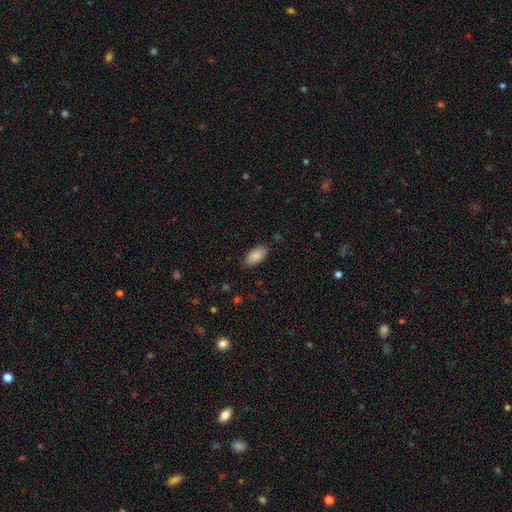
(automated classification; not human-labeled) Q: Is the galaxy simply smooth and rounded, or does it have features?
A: smooth — 88%.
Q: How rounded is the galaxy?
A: in between — 93%.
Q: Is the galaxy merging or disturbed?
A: none — 85%.